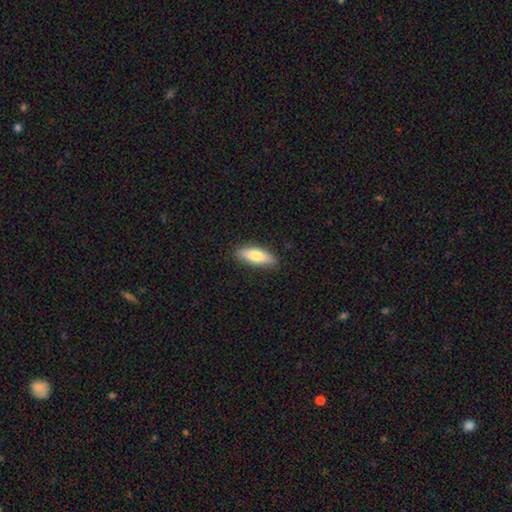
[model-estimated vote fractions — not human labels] Overall: smooth (77%). How rounded: in between (59%; cigar-shaped 38%). Merging: none (87%).